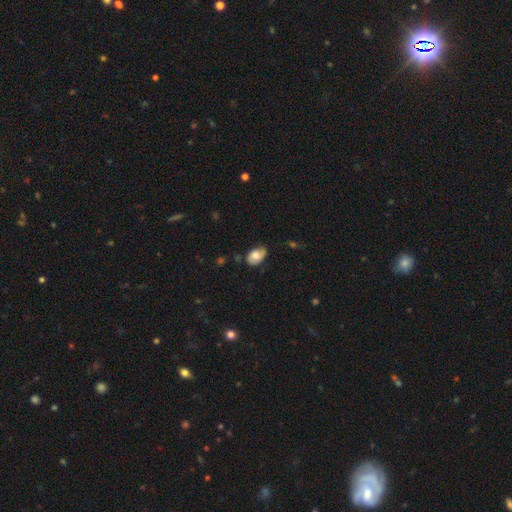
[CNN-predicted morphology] A smooth galaxy with no disk features (68%) that is in between round and cigar-shaped (86%). Merging: none (61%).